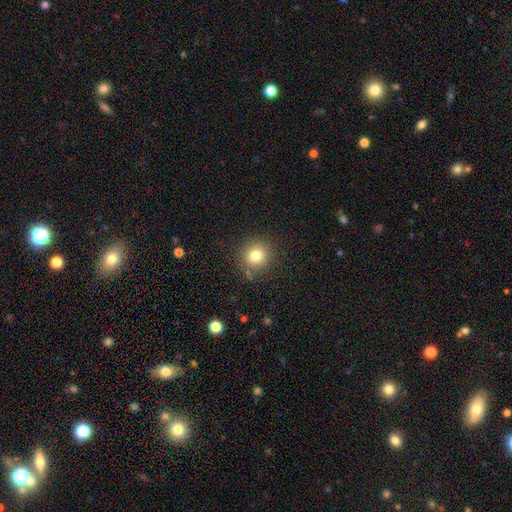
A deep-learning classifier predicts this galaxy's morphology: Smooth or featured? Predicted: smooth (p=0.78). How rounded? Predicted: round (p=0.90). Merging? Predicted: none (p=0.84).